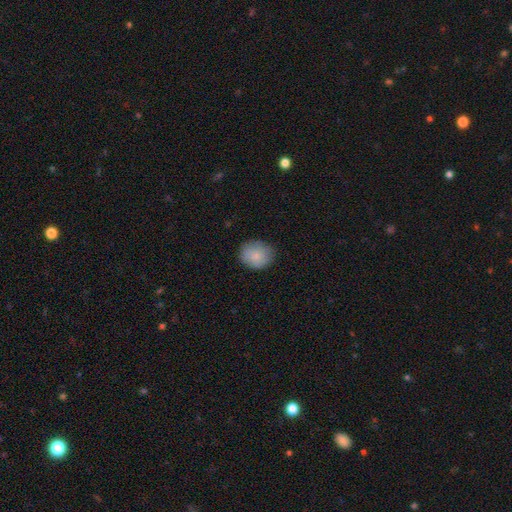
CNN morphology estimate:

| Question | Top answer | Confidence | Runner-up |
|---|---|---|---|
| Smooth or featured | smooth | 82% | featured or disk (10%) |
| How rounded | round | 74% | in between (25%) |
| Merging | none | 82% | minor disturbance (14%) |